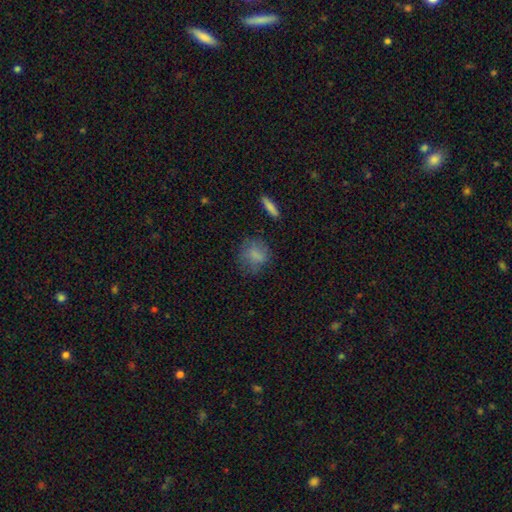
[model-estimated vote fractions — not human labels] Smooth or featured: smooth — 74% (featured or disk — 15%)
How rounded: round — 67% (in between — 31%)
Merging: none — 62% (minor disturbance — 22%)